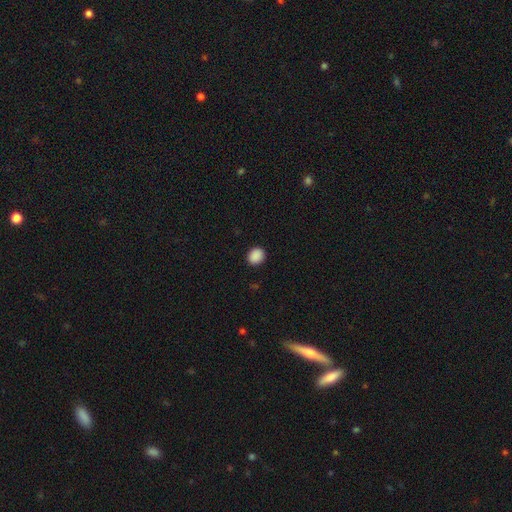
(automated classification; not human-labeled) This appears to be a smooth galaxy with no disk features (89%) that is round (70%). Merging: none (91%).